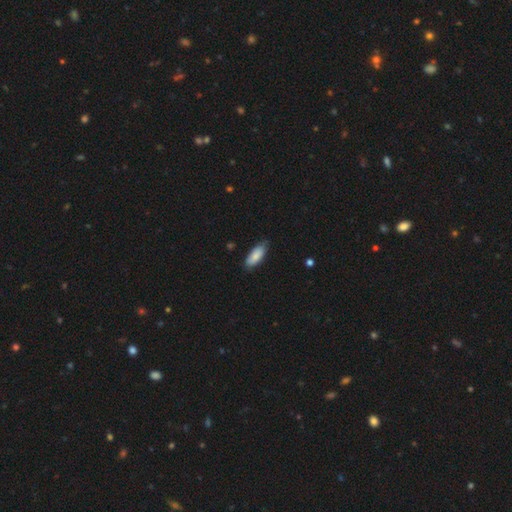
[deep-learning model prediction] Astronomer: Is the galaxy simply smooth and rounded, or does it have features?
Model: smooth — 83%.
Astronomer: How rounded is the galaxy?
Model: in between — 78%.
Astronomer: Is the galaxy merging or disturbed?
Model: none — 75%.